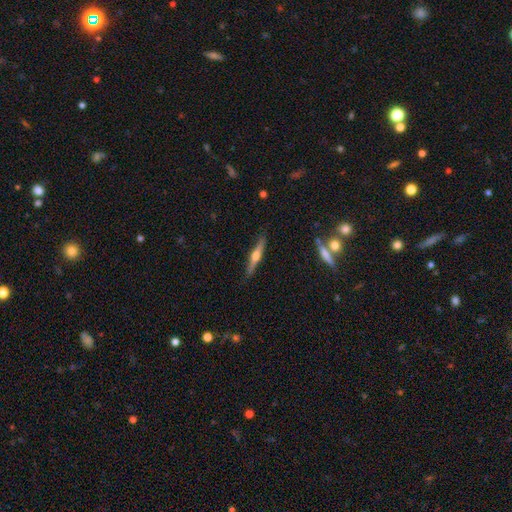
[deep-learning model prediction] A featured or disk galaxy (66%) viewed edge-on (97%) with a rounded central bulge (90%).

Vote fractions:
- Smooth or featured? featured or disk: 66% / smooth: 28% / star or artifact: 6%
- Edge-on disk? yes: 97% / no: 3%
- Edge-on bulge? rounded: 90% / boxy: 5% / none: 5%
- Merging? none: 87% / minor disturbance: 9% / major disturbance: 2% / merger: 2%